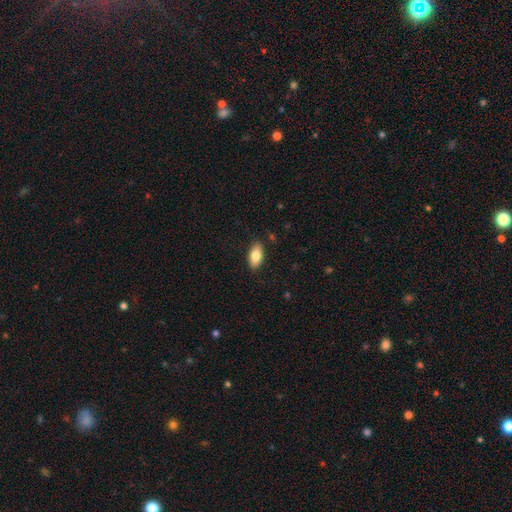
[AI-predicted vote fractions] Smooth or featured? smooth (81%)
How rounded? in between (92%)
Merging? none (88%)